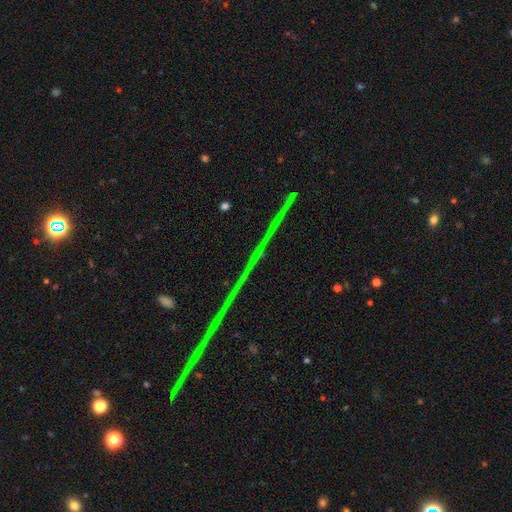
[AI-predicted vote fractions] smooth-or-featured: star or artifact: 77% | featured or disk: 15% | smooth: 8%